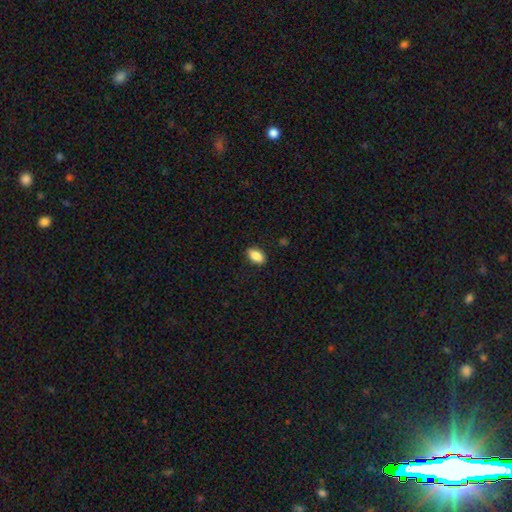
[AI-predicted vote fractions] Smooth or featured? Predicted: smooth (p=0.87). How rounded? Predicted: in between (p=0.90). Merging? Predicted: none (p=0.87).